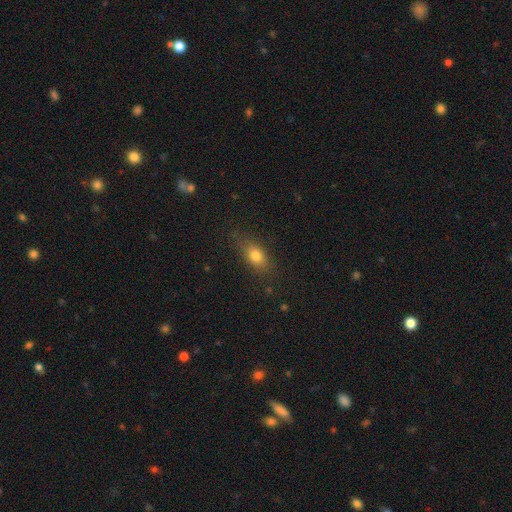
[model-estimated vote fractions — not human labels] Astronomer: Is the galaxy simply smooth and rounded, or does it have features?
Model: smooth — 78%.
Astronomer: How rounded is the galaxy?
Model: in between — 78%.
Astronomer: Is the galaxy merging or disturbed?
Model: none — 79%.